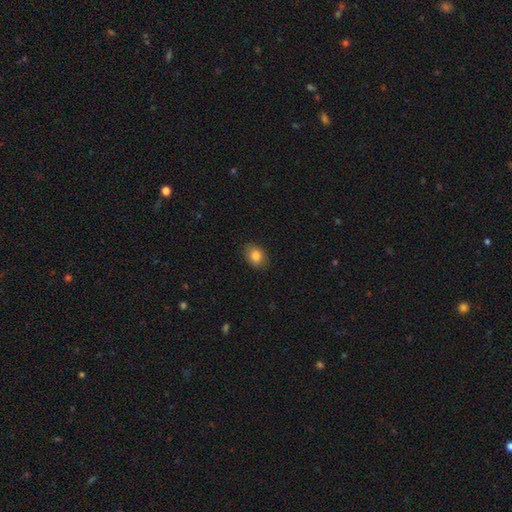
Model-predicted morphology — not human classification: type=smooth (84%); roundness=in between (67%); merging=none (87%).